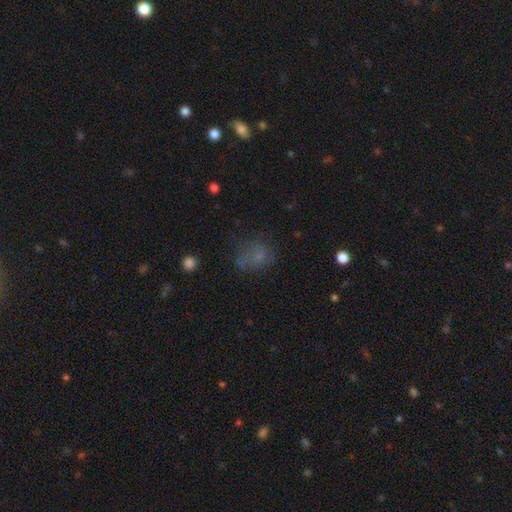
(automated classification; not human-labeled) This is possibly a smooth galaxy (60%). How rounded: possibly in between (52%). Merging: possibly none (50%).